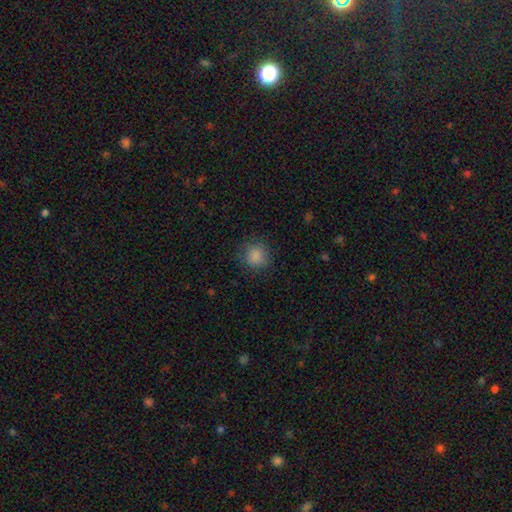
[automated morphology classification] smooth 87%, star or artifact 9%, featured or disk 4%. Down the decision tree: how rounded — round (91%); merging — none (84%).